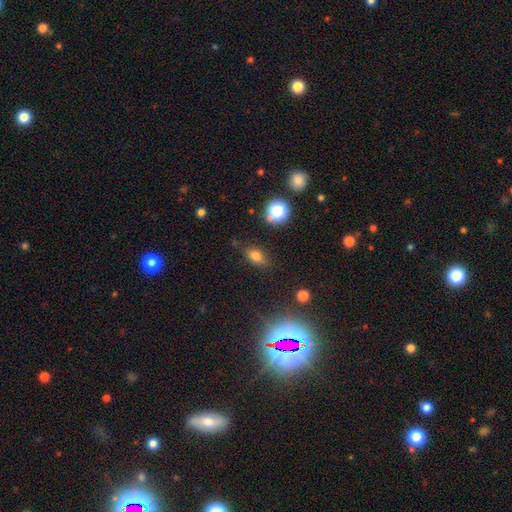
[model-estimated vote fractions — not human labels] Smooth or featured?
  - smooth: 71% *
  - star or artifact: 17%
  - featured or disk: 11%
How rounded?
  - in between: 77% *
  - round: 18%
  - cigar-shaped: 5%
Merging?
  - none: 77% *
  - minor disturbance: 16%
  - major disturbance: 4%
  - merger: 3%